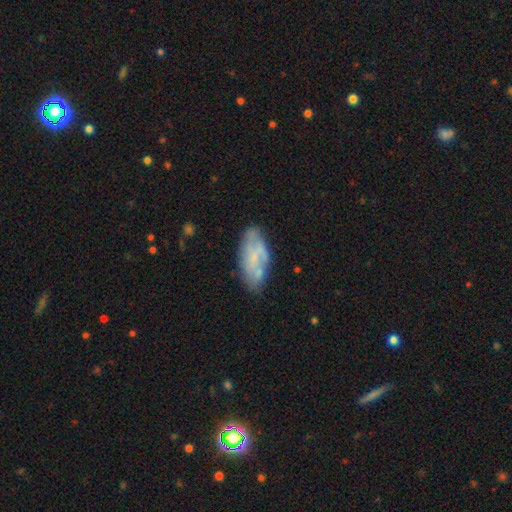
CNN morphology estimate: This is possibly a featured or disk galaxy (49%). Merging: likely none (66%).